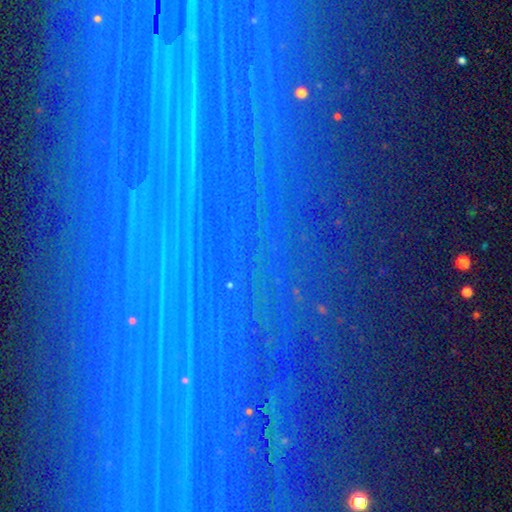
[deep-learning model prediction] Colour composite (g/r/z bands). It shows a star or artifact, not a galaxy (85%).